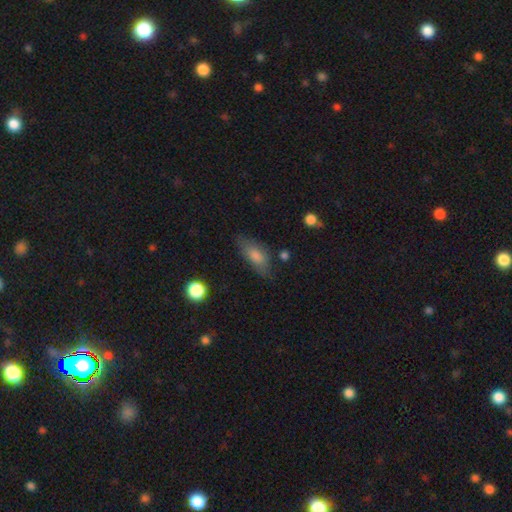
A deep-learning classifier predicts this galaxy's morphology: smooth-or-featured: smooth: 75% | featured or disk: 17% | star or artifact: 8%
  how-rounded: in between: 78% | cigar-shaped: 18% | round: 3%
  merging: none: 71% | minor disturbance: 21% | major disturbance: 6% | merger: 3%